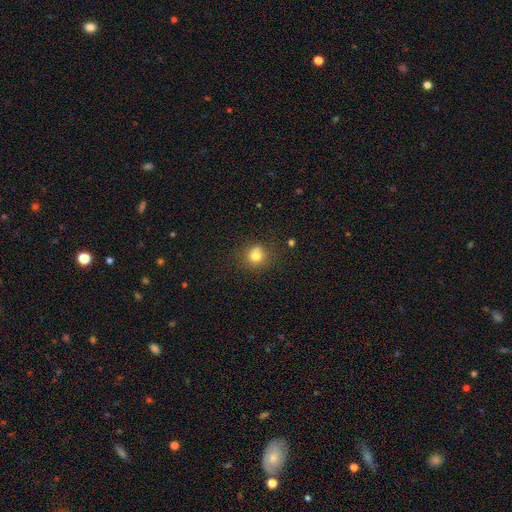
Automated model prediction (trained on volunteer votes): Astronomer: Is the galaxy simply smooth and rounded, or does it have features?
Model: smooth — 77%.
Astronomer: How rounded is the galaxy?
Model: round — 85%.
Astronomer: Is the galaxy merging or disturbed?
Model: none — 75%.